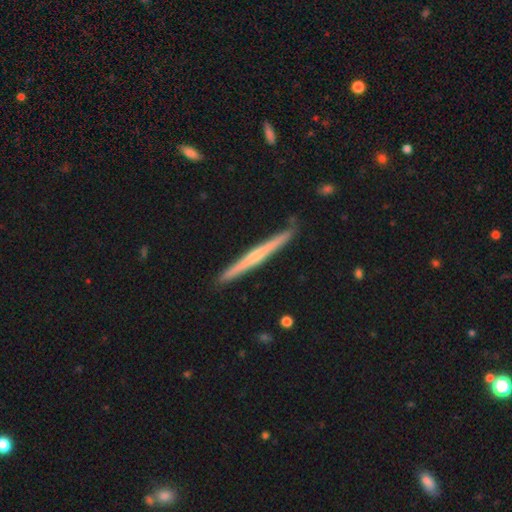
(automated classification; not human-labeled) This appears to be a featured or disk galaxy (66%) viewed edge-on (98%) with a rounded central bulge (49%). Merging: none (89%).